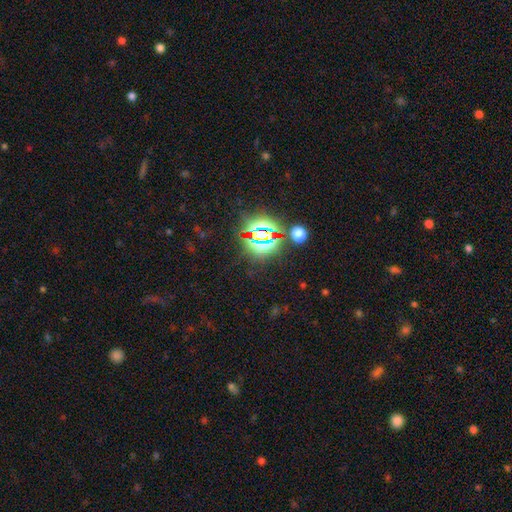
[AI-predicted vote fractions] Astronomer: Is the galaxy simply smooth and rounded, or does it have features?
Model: star or artifact — 80%.